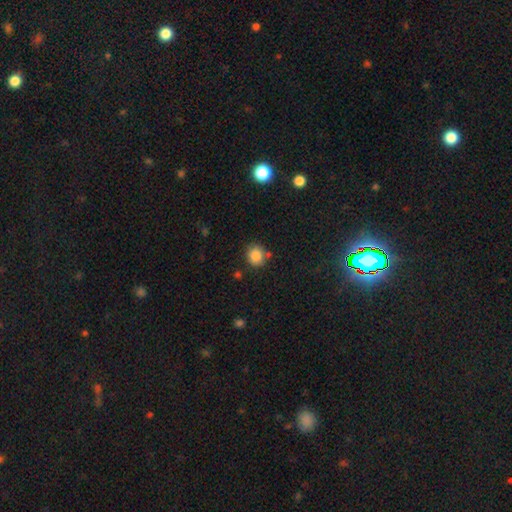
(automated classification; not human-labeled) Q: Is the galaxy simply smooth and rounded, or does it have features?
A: smooth — 85%.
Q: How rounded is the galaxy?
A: round — 80%.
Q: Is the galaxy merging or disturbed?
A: none — 75%.